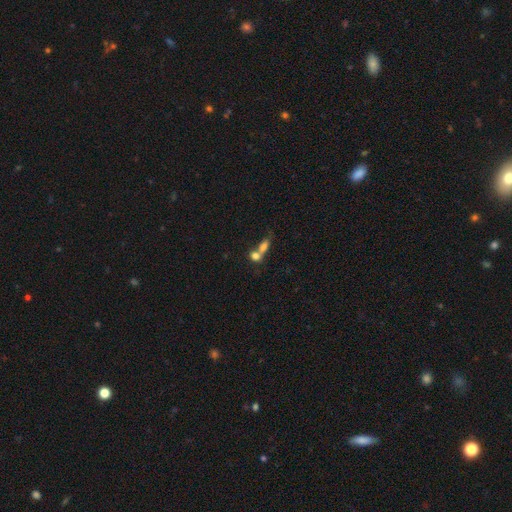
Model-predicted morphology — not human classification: Q: Smooth or featured?
A: smooth (76%); runner-up: featured or disk (14%)
Q: How rounded?
A: in between (58%); runner-up: round (35%)
Q: Merging?
A: merger (65%); runner-up: none (23%)